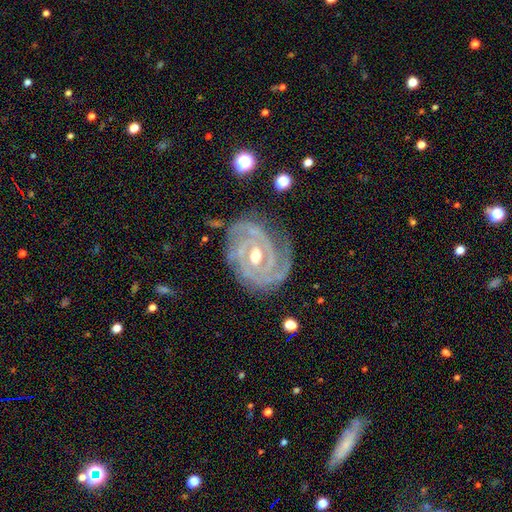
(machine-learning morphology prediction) featured or disk 92%, star or artifact 5%, smooth 3%. Down the decision tree: edge-on disk — no (97%); bar — weak (38%); spiral arms — yes (98%); spiral arm count — 2 (45%); spiral winding — tight (80%); bulge size — moderate (64%); merging — none (77%).